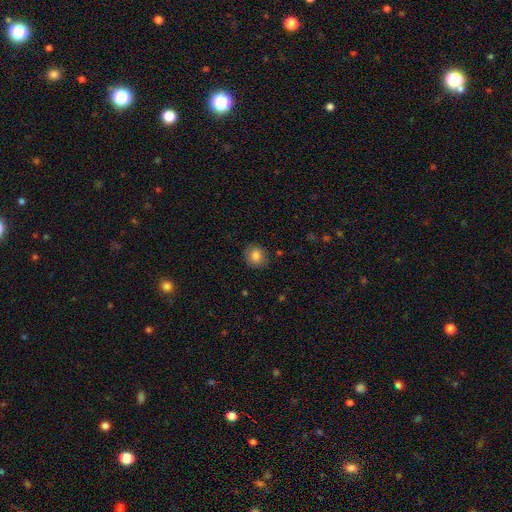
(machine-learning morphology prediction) Smooth or featured? smooth (83%)
How rounded? round (79%)
Merging? none (86%)